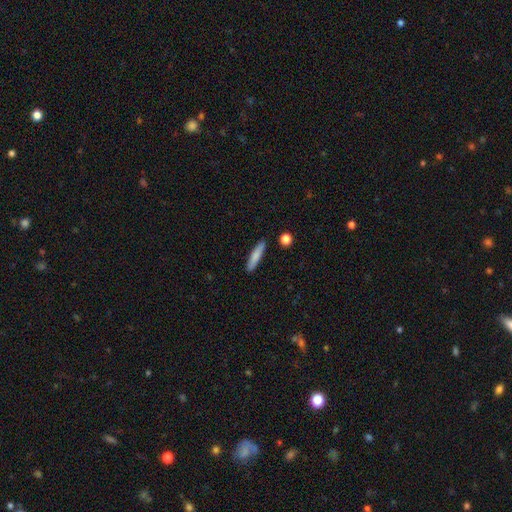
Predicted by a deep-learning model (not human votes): smooth 79%, featured or disk 15%, star or artifact 6%. Down the decision tree: how rounded — cigar-shaped (87%); merging — none (88%).